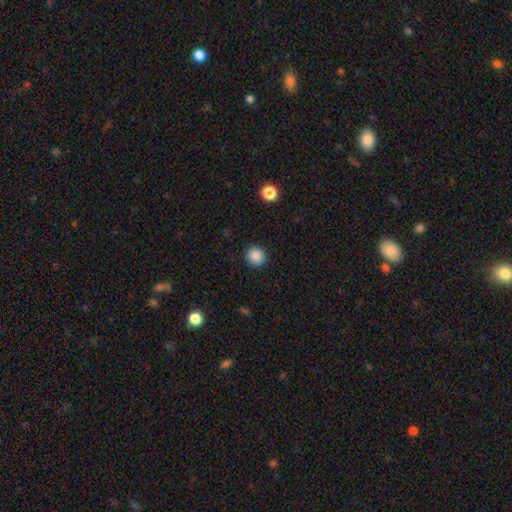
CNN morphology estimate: The model was most divided on "smooth or featured": smooth: 87%, star or artifact: 10%, featured or disk: 3%. More confident: merging — none (92%); how rounded — round (90%).